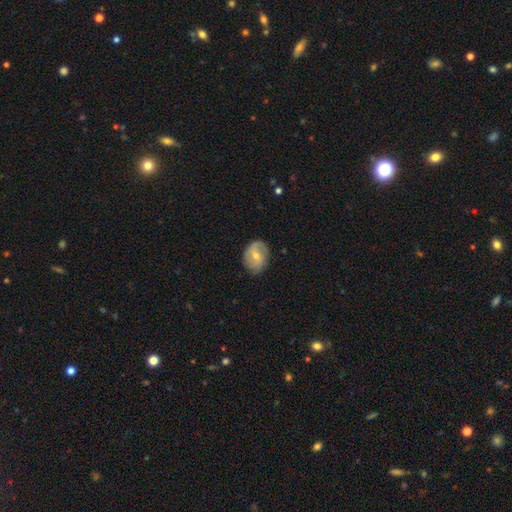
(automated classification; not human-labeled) This is possibly a featured or disk galaxy (59%). It is clearly not viewed edge-on (96%). Bar: possibly weak (50%). Spiral arm pattern: clearly yes (83%). Central bulge: possibly small (53%). Merging: likely none (73%).